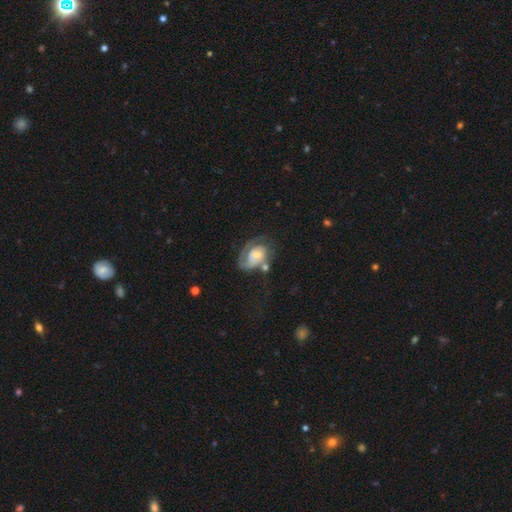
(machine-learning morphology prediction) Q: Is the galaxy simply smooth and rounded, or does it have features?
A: featured or disk — 69%.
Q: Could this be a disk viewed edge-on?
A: no — 97%.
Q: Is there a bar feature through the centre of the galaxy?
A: no — 68%.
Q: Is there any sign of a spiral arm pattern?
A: yes — 88%.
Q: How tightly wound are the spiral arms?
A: tight — 52%.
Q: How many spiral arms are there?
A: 1 — 57%.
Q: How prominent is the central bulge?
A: small — 38%.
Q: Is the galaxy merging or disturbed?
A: none — 42%.